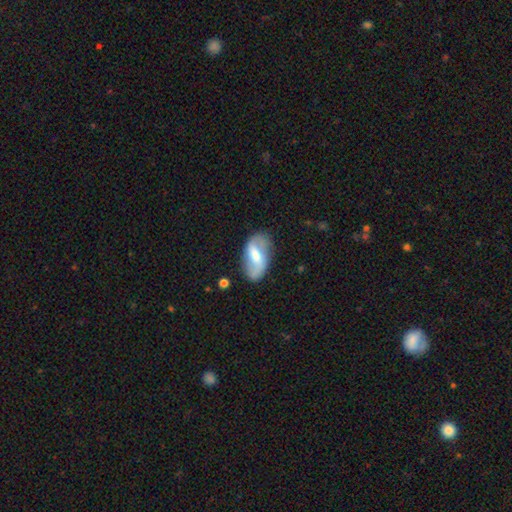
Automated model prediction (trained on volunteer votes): The model was most divided on "smooth or featured": featured or disk: 53%, smooth: 40%, star or artifact: 7%. More confident: edge-on disk — no (93%); merging — none (71%).